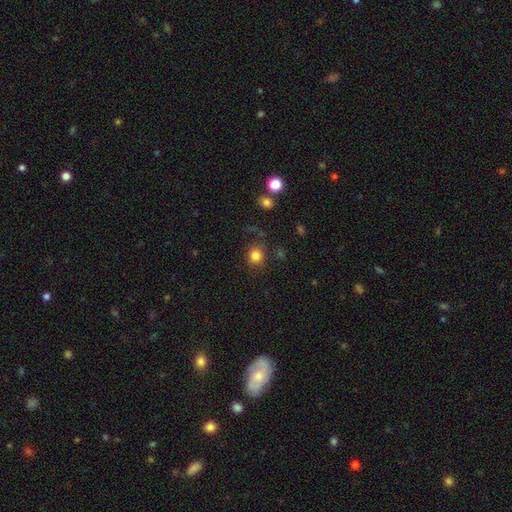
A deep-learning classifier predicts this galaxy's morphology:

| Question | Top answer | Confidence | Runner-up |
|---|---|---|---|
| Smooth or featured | smooth | 83% | star or artifact (12%) |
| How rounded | round | 85% | in between (14%) |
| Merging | none | 82% | minor disturbance (11%) |